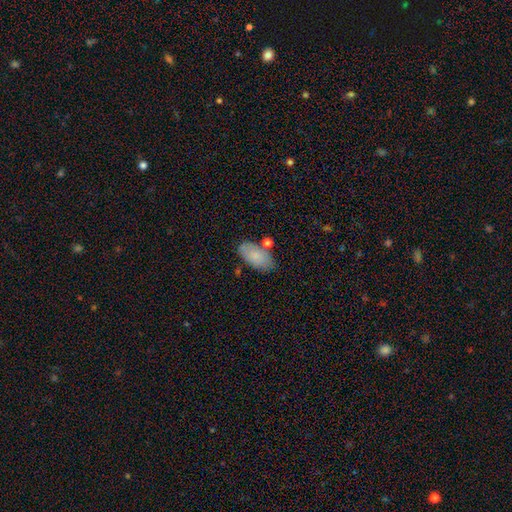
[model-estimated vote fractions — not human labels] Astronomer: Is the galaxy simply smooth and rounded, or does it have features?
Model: smooth — 81%.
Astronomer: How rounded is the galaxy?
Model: in between — 94%.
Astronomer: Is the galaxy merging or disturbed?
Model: none — 71%.